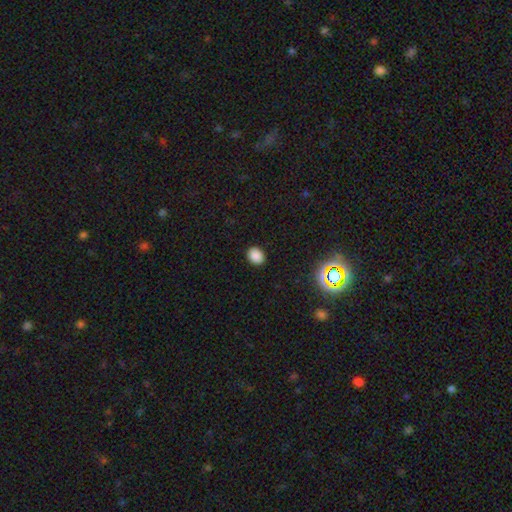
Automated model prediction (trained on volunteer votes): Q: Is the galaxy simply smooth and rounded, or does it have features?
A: smooth — 85%.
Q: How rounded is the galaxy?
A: in between — 54%.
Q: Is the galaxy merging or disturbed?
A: none — 89%.